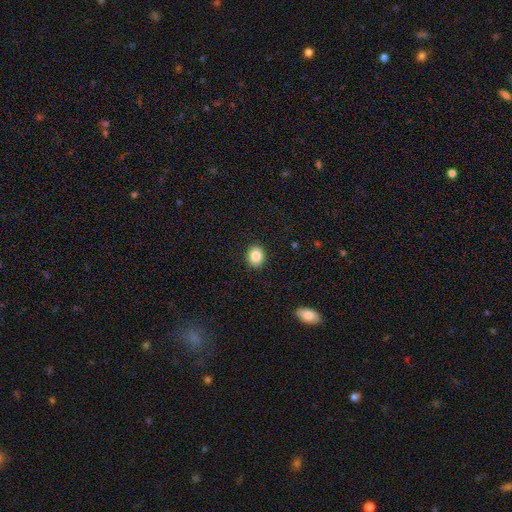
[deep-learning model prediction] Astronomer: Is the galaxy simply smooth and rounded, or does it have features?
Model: smooth — 86%.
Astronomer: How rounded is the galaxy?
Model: round — 67%.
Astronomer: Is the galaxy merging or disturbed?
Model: none — 91%.